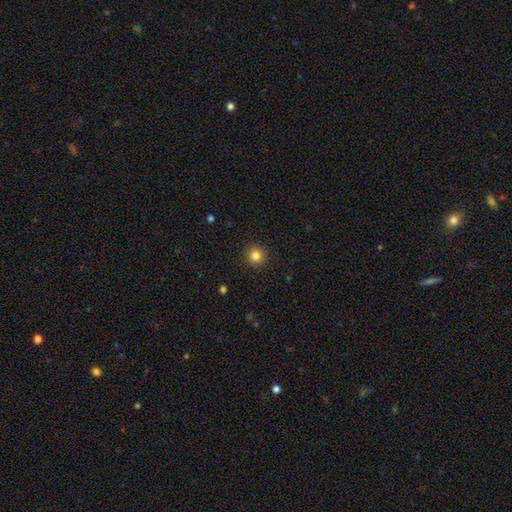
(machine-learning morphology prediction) Smooth or featured?
  - smooth: 83% *
  - star or artifact: 12%
  - featured or disk: 5%
How rounded?
  - round: 95% *
  - in between: 4%
  - cigar-shaped: 1%
Merging?
  - none: 92% *
  - minor disturbance: 5%
  - major disturbance: 2%
  - merger: 1%